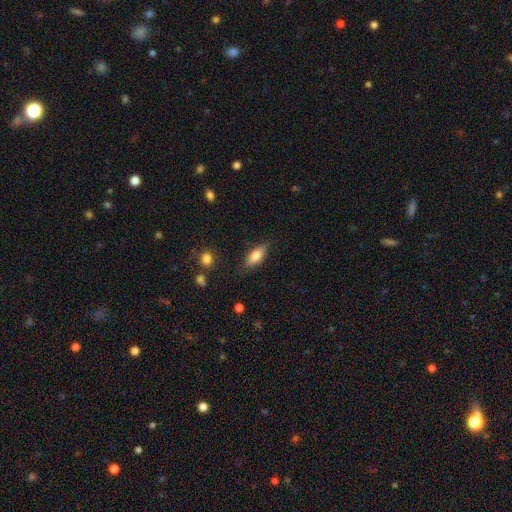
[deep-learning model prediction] Smooth or featured?
  - smooth: 72% *
  - featured or disk: 21%
  - star or artifact: 7%
How rounded?
  - in between: 71% *
  - cigar-shaped: 26%
  - round: 3%
Merging?
  - none: 80% *
  - minor disturbance: 15%
  - major disturbance: 4%
  - merger: 2%